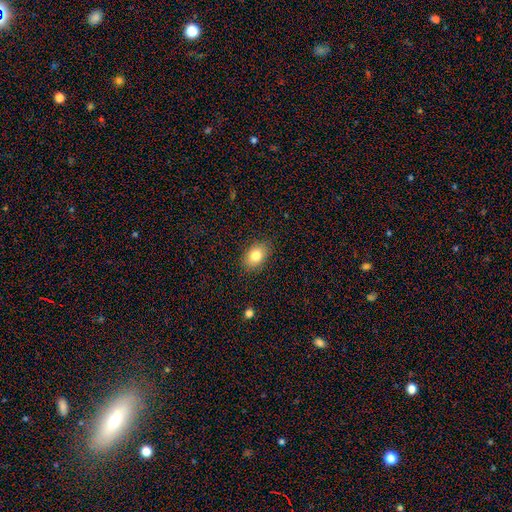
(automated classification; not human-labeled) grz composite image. It shows a smooth galaxy with no disk features (80%) that is in between round and cigar-shaped (79%). Merging: none (85%).